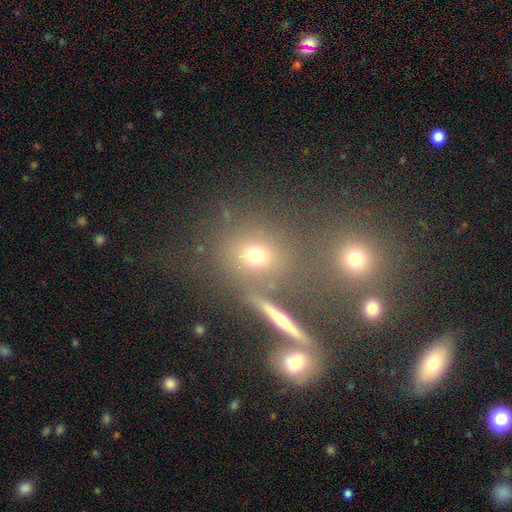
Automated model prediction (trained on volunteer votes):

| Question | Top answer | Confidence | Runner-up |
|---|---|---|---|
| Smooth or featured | smooth | 63% | star or artifact (22%) |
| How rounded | round | 73% | in between (23%) |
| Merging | none | 72% | merger (13%) |